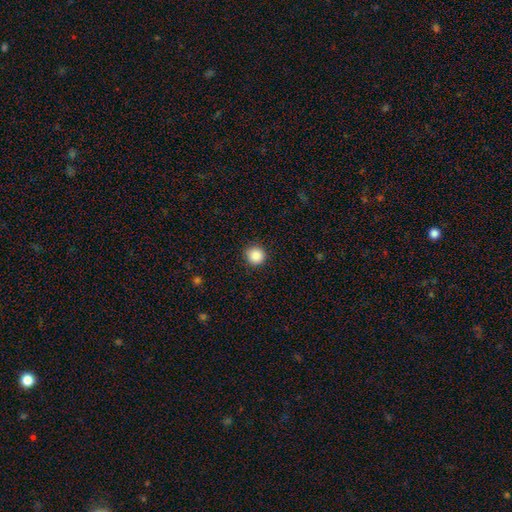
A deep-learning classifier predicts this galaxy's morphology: Overall: smooth (88%). How rounded: round (94%). Merging: none (91%).